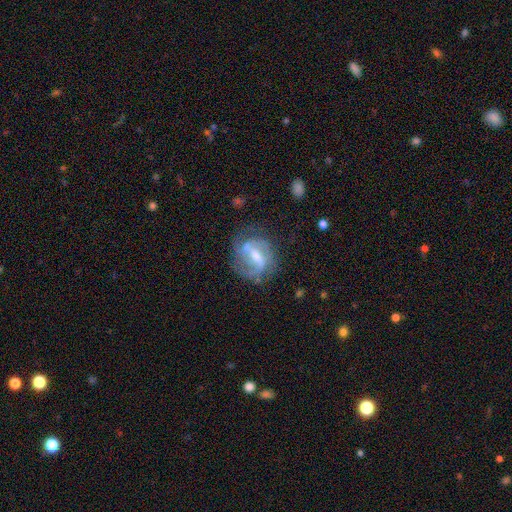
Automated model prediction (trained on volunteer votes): Smooth or featured? featured or disk (77%)
Edge-on disk? no (96%)
Bar? weak (49%)
Spiral arms? yes (85%)
Spiral winding? medium (44%)
Spiral arm count? 2 (51%)
Bulge size? moderate (51%)
Merging? none (56%)